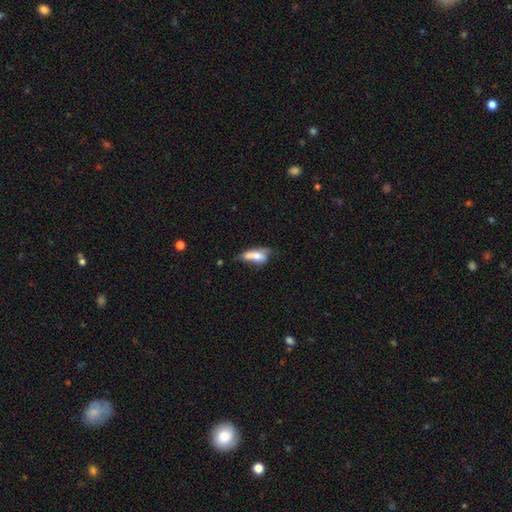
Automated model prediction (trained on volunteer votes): A smooth galaxy with no disk features (63%) that is in between round and cigar-shaped (71%).

Vote fractions:
- Smooth or featured? smooth: 63% / featured or disk: 29% / star or artifact: 9%
- How rounded? in between: 71% / cigar-shaped: 25% / round: 4%
- Merging? minor disturbance: 31% / none: 28% / major disturbance: 25% / merger: 15%